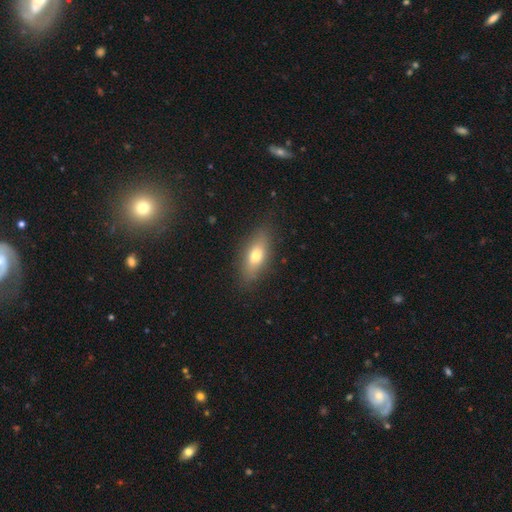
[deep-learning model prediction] smooth 67%, featured or disk 25%, star or artifact 8%. Down the decision tree: how rounded — in between (71%); merging — none (84%).